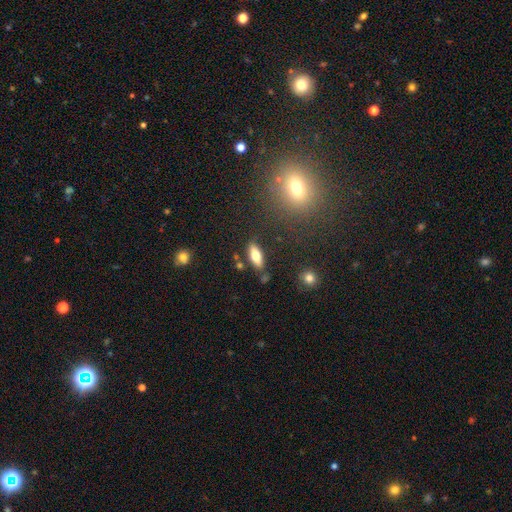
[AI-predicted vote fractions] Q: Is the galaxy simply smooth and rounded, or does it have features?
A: smooth — 71%.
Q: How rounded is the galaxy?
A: in between — 71%.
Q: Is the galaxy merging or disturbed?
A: none — 80%.